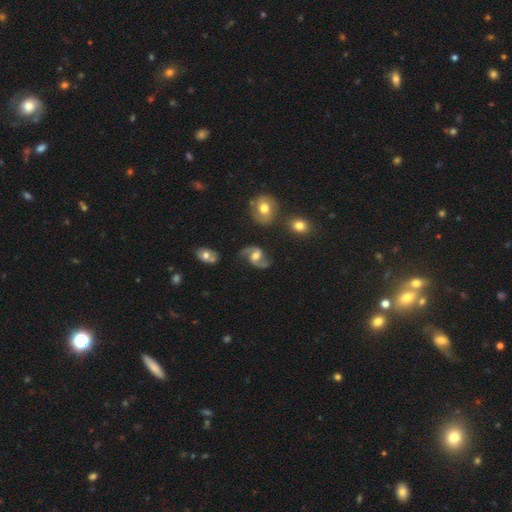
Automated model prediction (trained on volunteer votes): A featured or disk galaxy (87%) with a weak bar (46%), 2 (94%) loose (58%) spiral arms (96%) and a moderate central bulge (62%). Merging: none (74%).